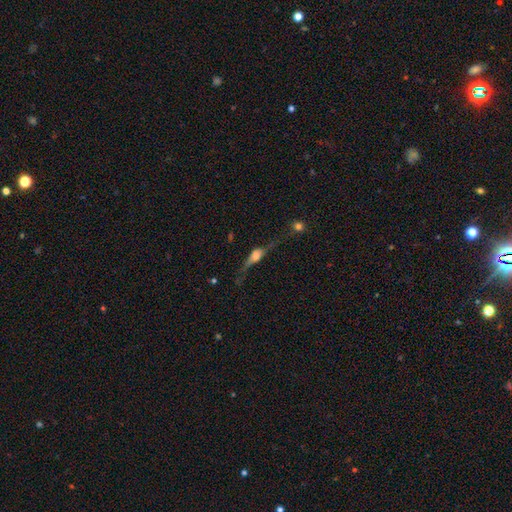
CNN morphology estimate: This appears to be a featured or disk galaxy (65%) viewed edge-on (82%) with a rounded central bulge (84%). Merging: none (50%).